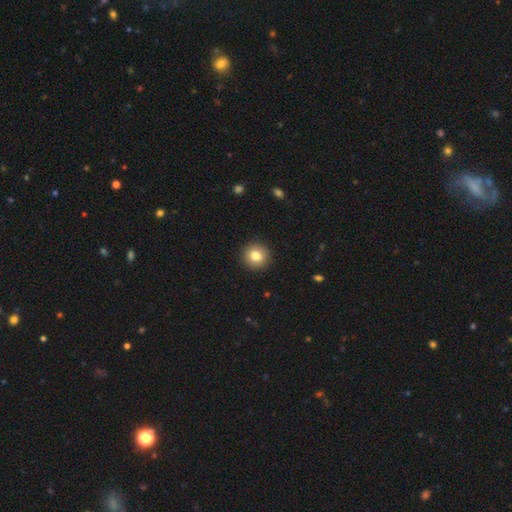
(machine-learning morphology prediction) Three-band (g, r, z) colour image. It shows a smooth galaxy with no disk features (81%) that is round (95%). Merging: none (93%).